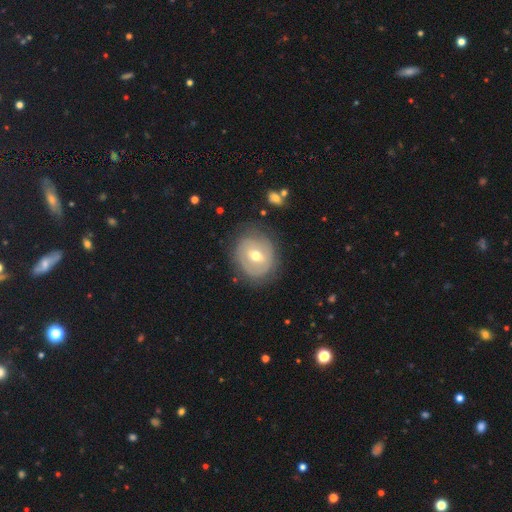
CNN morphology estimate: Overall: featured or disk (60%; smooth 34%). Edge-on disk: no (96%). Bar: weak (45%; no 37%). Spiral arms: yes (51%; no 49%). Bulge size: moderate (72%). Merging: none (75%).